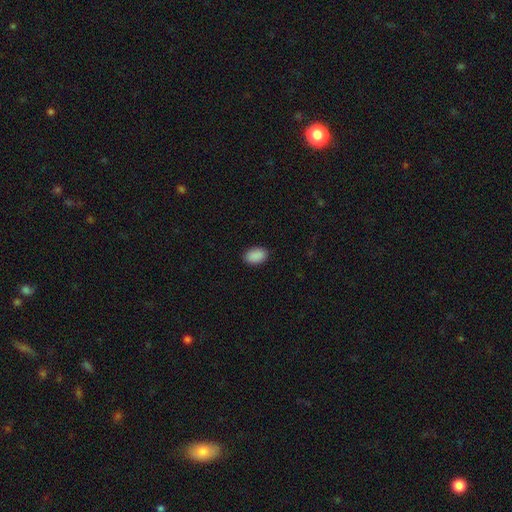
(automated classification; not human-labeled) This appears to be a smooth galaxy with no disk features (90%) that is in between round and cigar-shaped (89%). Merging: none (89%).